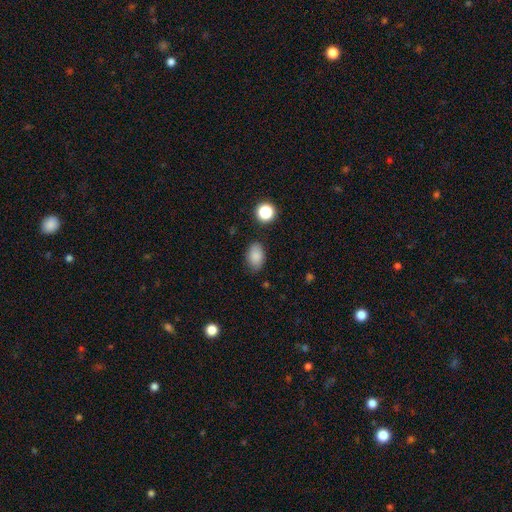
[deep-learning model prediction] Smooth or featured: smooth — 85% (star or artifact — 9%)
How rounded: in between — 86% (round — 13%)
Merging: none — 81% (minor disturbance — 13%)